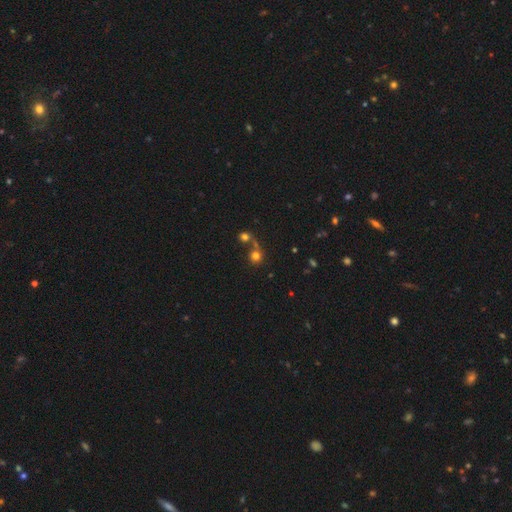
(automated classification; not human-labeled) Smooth or featured? Predicted: smooth (p=0.75). How rounded? Predicted: round (p=0.90). Merging? Predicted: none (p=0.52).